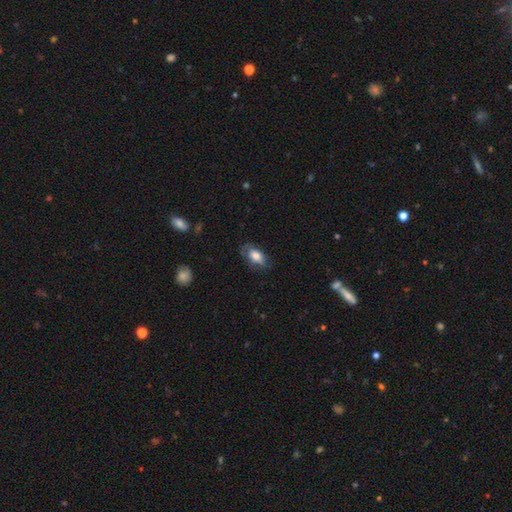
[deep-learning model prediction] Smooth or featured? Predicted: smooth (p=0.73). How rounded? Predicted: in between (p=0.88). Merging? Predicted: none (p=0.63).